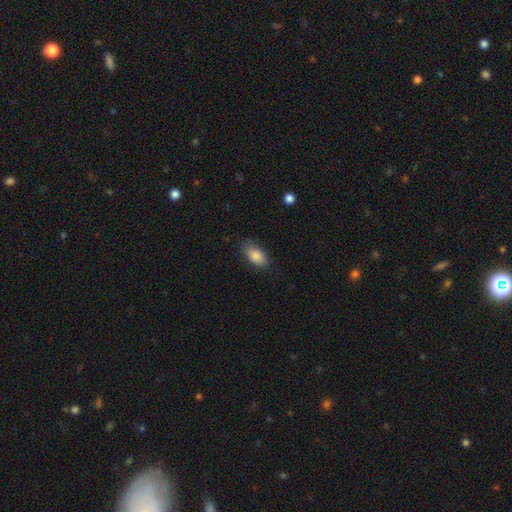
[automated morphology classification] Q: Smooth or featured?
A: smooth (87%); runner-up: star or artifact (7%)
Q: How rounded?
A: in between (91%); runner-up: cigar-shaped (5%)
Q: Merging?
A: none (77%); runner-up: minor disturbance (18%)